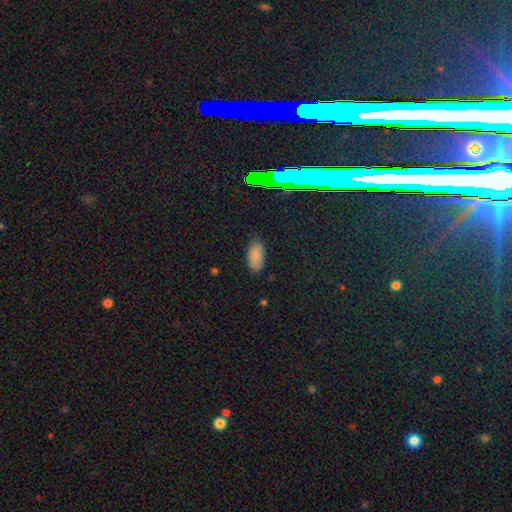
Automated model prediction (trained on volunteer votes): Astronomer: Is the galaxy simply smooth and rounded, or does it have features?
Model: smooth — 83%.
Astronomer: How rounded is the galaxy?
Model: in between — 91%.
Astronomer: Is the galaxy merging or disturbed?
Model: none — 79%.